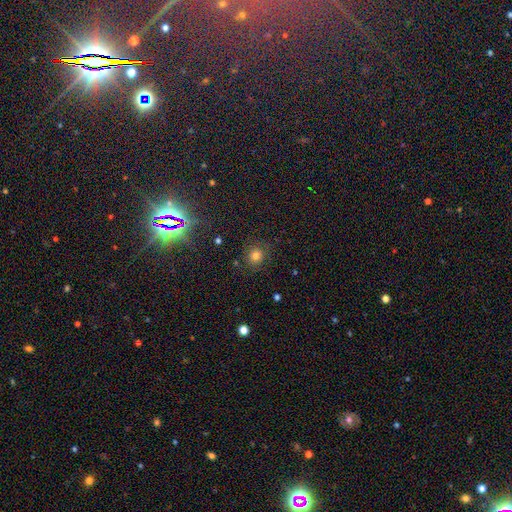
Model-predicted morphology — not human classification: Smooth or featured: smooth — 73% (star or artifact — 19%)
How rounded: round — 86% (in between — 13%)
Merging: none — 83% (minor disturbance — 11%)